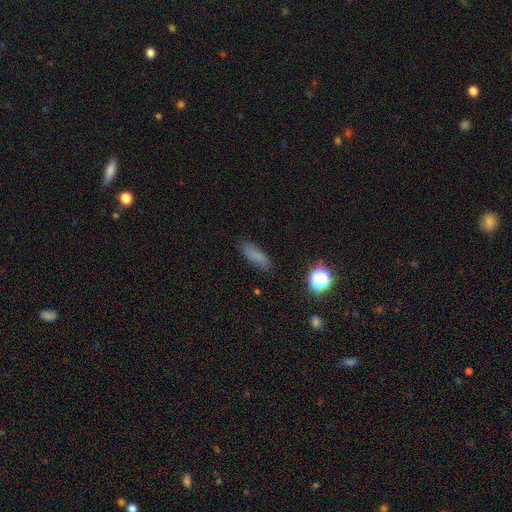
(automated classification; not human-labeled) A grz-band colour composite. It shows a smooth galaxy with no disk features (80%) that is in between round and cigar-shaped (58%). Merging: none (84%).